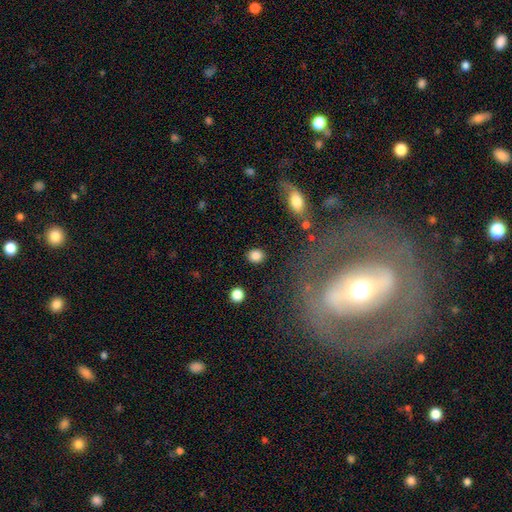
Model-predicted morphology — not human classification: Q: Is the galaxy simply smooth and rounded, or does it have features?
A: smooth — 85%.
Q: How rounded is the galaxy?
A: round — 70%.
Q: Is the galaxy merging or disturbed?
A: none — 89%.